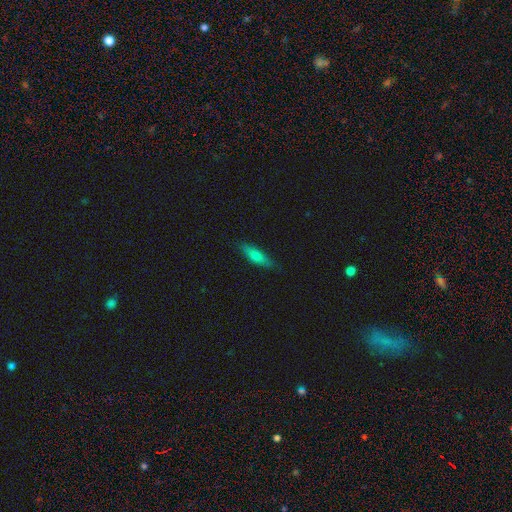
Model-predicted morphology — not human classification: smooth-or-featured: smooth: 68% | featured or disk: 25% | star or artifact: 7%
  how-rounded: cigar-shaped: 58% | in between: 40% | round: 2%
  merging: none: 82% | minor disturbance: 14% | major disturbance: 2% | merger: 1%